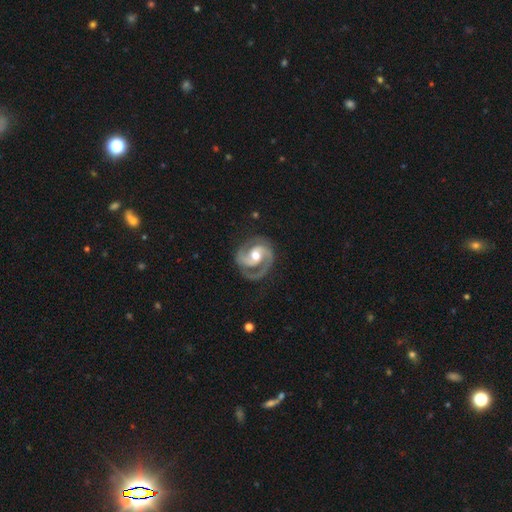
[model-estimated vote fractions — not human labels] Morphology: type=featured or disk (92%); edge-on=no (98%); bar=no (45%); spiral arms=yes (98%); winding=medium (50%); arm count=2 (90%); bulge=moderate (75%); merging=none (79%).